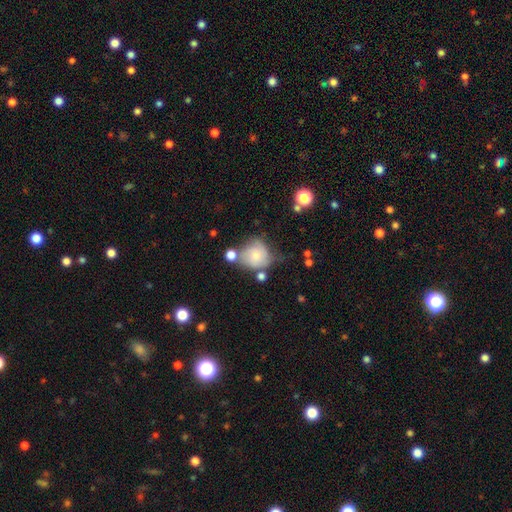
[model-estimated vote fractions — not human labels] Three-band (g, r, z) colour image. It shows a smooth galaxy with no disk features (62%) that is round (75%). Merging: none (40%).